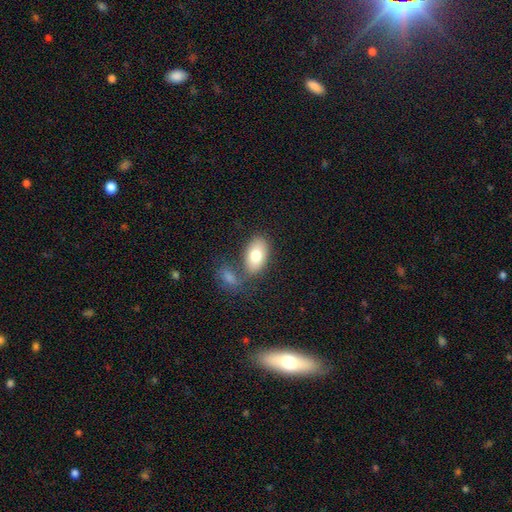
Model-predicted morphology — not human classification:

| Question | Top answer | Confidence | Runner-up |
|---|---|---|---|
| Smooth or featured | smooth | 78% | featured or disk (15%) |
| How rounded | in between | 92% | round (7%) |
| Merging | none | 55% | merger (24%) |